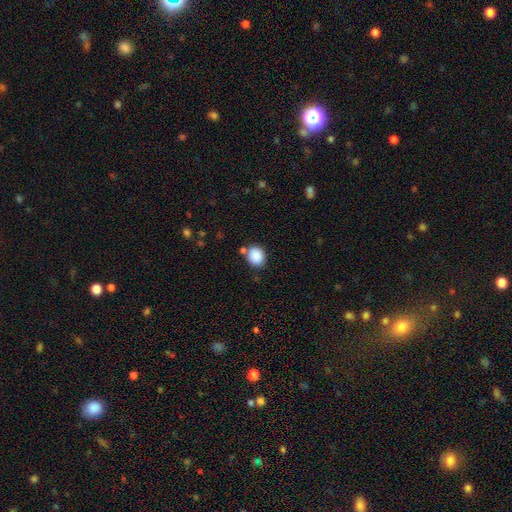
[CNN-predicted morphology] type=smooth (88%); roundness=round (63%); merging=none (75%).